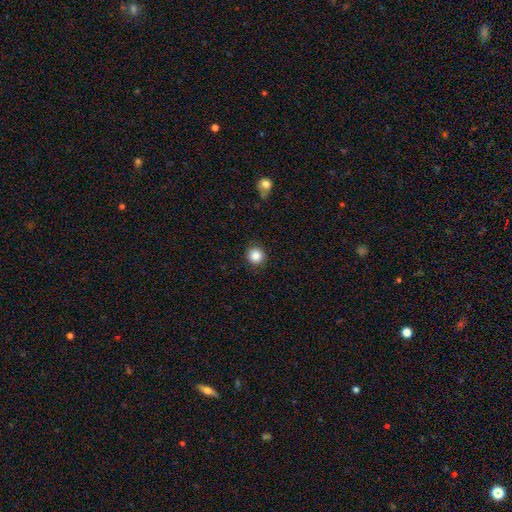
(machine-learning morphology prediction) Overall: smooth (87%). How rounded: round (94%). Merging: none (91%).